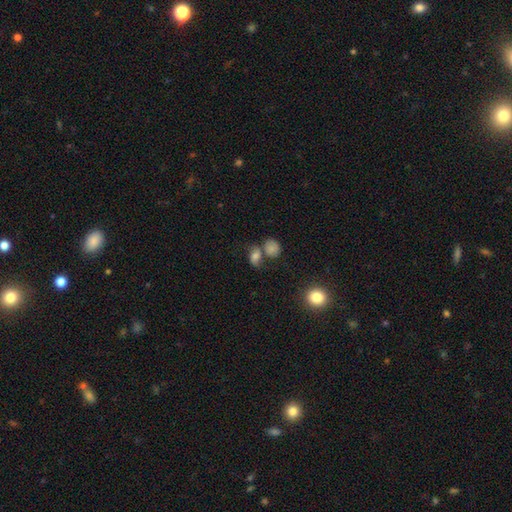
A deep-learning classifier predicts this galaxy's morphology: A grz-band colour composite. It shows a smooth galaxy with no disk features (64%) that is in between round and cigar-shaped (62%). Merging: none (38%).